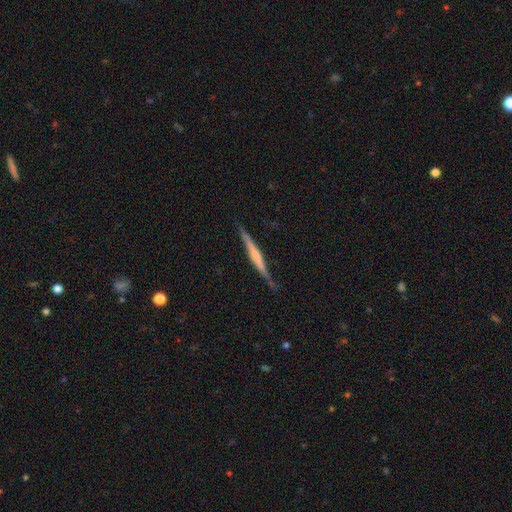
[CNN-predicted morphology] A featured or disk galaxy (67%) viewed edge-on (98%) with a rounded central bulge (41%).

Vote fractions:
- Smooth or featured? featured or disk: 67% / smooth: 27% / star or artifact: 5%
- Edge-on disk? yes: 98% / no: 2%
- Edge-on bulge? rounded: 41% / none: 35% / boxy: 24%
- Merging? none: 85% / minor disturbance: 12% / major disturbance: 2% / merger: 1%